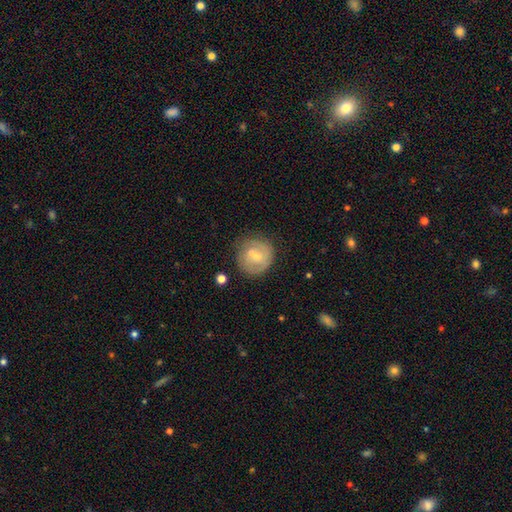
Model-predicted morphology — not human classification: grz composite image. It shows a smooth galaxy with no disk features (55%) that is round (88%). Merging: none (59%).